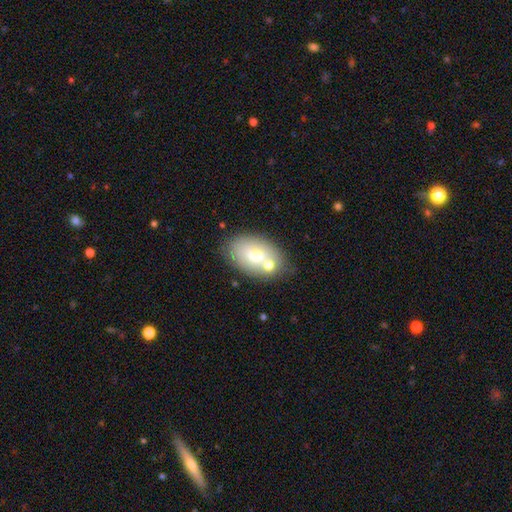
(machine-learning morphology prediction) smooth-or-featured: smooth: 68% | featured or disk: 23% | star or artifact: 9%
  how-rounded: in between: 88% | round: 11% | cigar-shaped: 1%
  merging: none: 64% | merger: 18% | minor disturbance: 14% | major disturbance: 4%